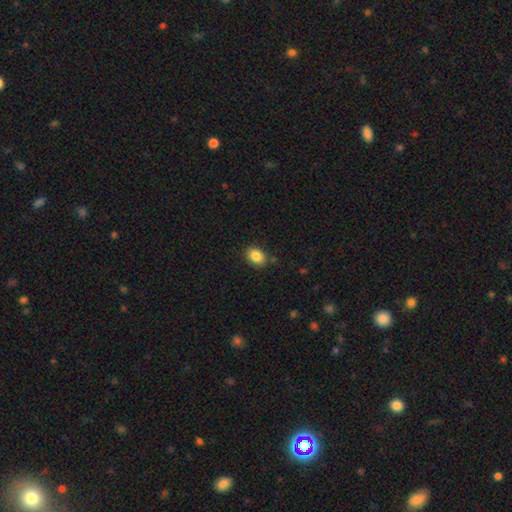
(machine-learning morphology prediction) smooth-or-featured: smooth: 86% | star or artifact: 9% | featured or disk: 5%
  how-rounded: in between: 65% | round: 34% | cigar-shaped: 1%
  merging: none: 85% | minor disturbance: 11% | major disturbance: 2% | merger: 2%